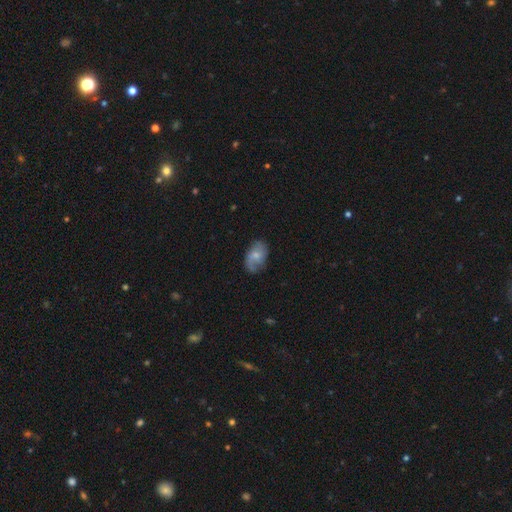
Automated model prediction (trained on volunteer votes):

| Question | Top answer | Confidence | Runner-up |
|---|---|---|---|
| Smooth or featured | smooth | 47% | featured or disk (45%) |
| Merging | none | 64% | minor disturbance (24%) |